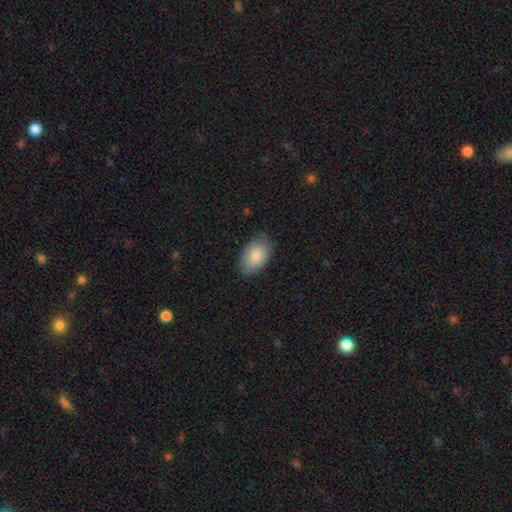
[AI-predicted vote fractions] smooth_or_featured: smooth (p=0.83) [alt: featured or disk p=0.11]
how_rounded: in between (p=0.92) [alt: round p=0.07]
merging: none (p=0.79) [alt: minor disturbance p=0.17]